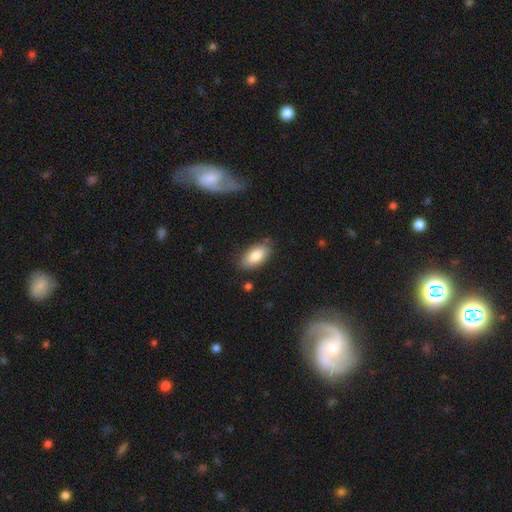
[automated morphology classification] This is clearly a smooth galaxy (82%). How rounded: clearly in between (91%). Merging: clearly none (80%).